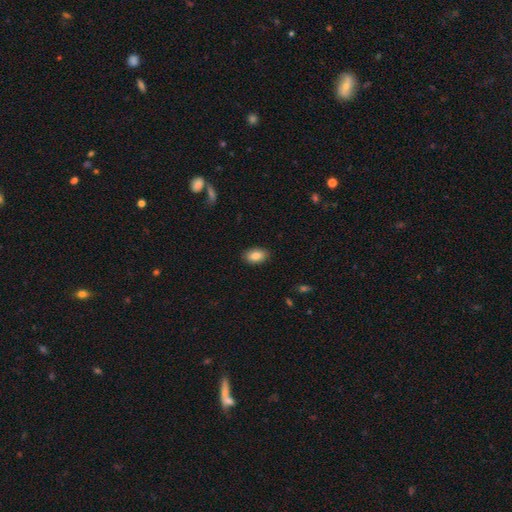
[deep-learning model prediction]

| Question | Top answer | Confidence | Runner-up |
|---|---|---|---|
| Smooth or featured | smooth | 85% | featured or disk (8%) |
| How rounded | in between | 90% | round (8%) |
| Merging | none | 89% | minor disturbance (8%) |